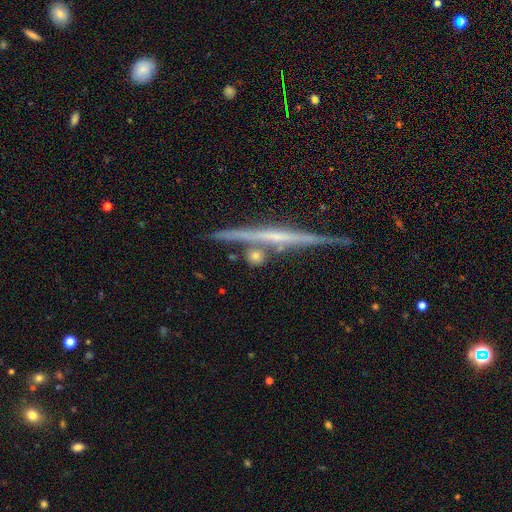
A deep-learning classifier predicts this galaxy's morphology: type=smooth (59%); roundness=round (66%); merging=none (75%).